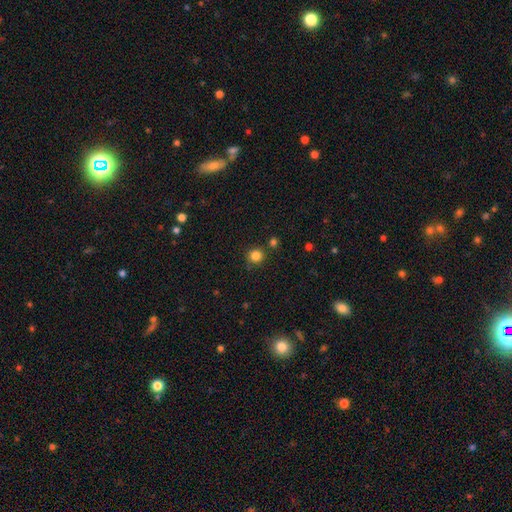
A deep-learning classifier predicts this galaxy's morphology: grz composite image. It shows a smooth galaxy with no disk features (83%) that is round (93%). Merging: none (83%).